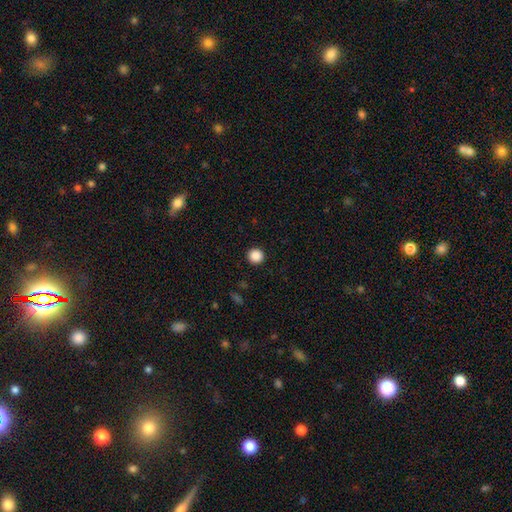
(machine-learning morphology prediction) Smooth or featured? Predicted: smooth (p=0.88). How rounded? Predicted: round (p=0.95). Merging? Predicted: none (p=0.93).